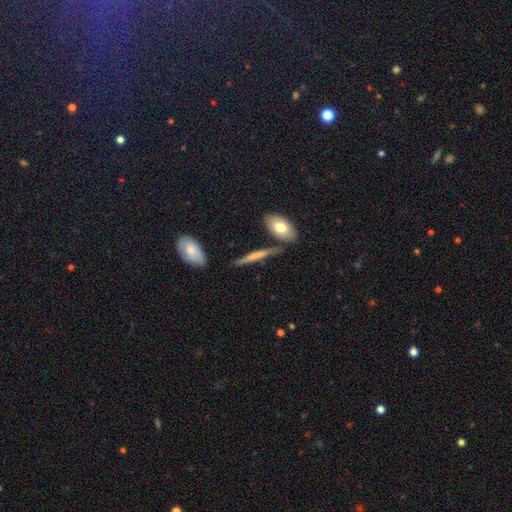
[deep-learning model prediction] Smooth or featured? smooth (57%)
How rounded? cigar-shaped (81%)
Merging? none (75%)